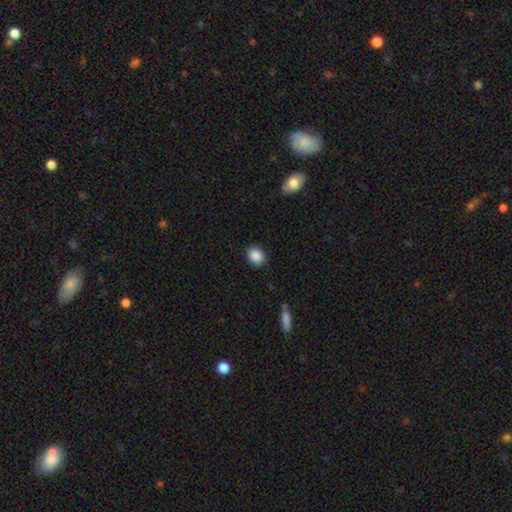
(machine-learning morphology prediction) Smooth or featured?
  - smooth: 88% *
  - star or artifact: 8%
  - featured or disk: 3%
How rounded?
  - round: 55% *
  - in between: 43%
  - cigar-shaped: 1%
Merging?
  - none: 88% *
  - minor disturbance: 8%
  - major disturbance: 2%
  - merger: 1%